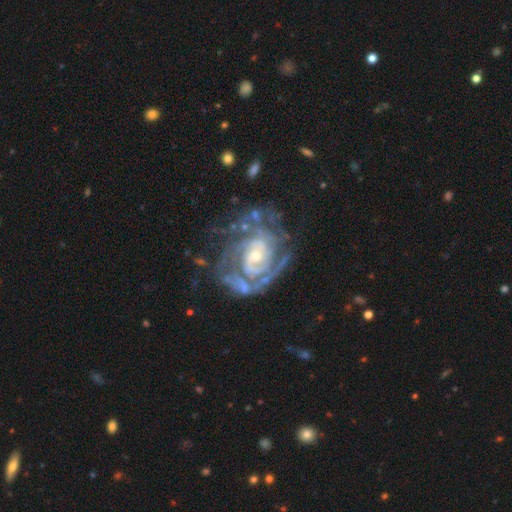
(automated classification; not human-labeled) A featured or disk galaxy (90%) with no bar (62%), 2 (33%) tight (67%) spiral arms (96%) and a small central bulge (54%). Merging: none (60%).